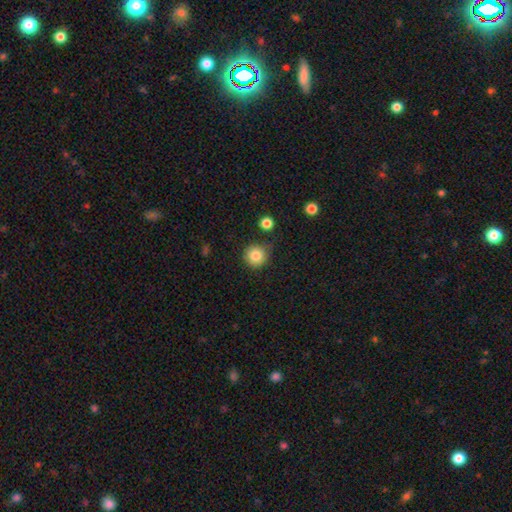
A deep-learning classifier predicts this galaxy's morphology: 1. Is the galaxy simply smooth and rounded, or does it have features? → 83% smooth, 10% star or artifact, 6% featured or disk.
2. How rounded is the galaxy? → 93% round, 6% in between, 1% cigar-shaped.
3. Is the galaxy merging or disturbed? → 77% none, 16% minor disturbance, 4% merger, 4% major disturbance.